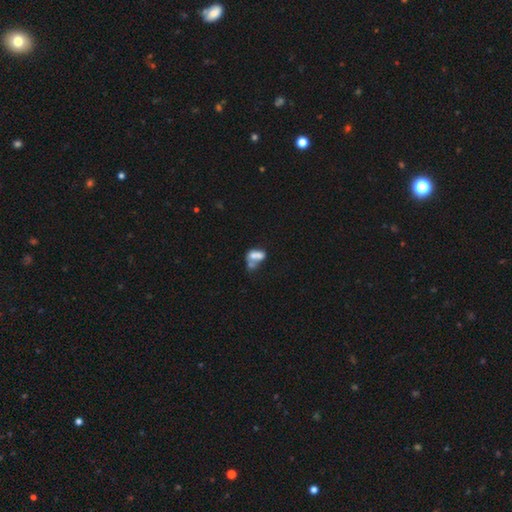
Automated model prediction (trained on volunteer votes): smooth_or_featured: smooth (p=0.62) [alt: featured or disk p=0.27]
how_rounded: in between (p=0.81) [alt: round p=0.16]
merging: merger (p=0.64) [alt: none p=0.17]